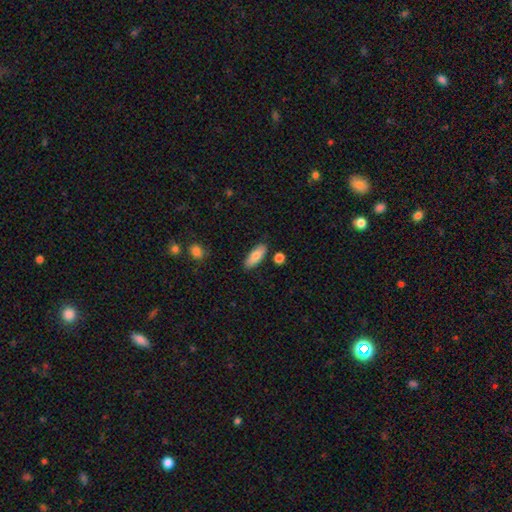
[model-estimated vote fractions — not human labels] Smooth or featured?
  - smooth: 80% *
  - featured or disk: 14%
  - star or artifact: 6%
How rounded?
  - in between: 76% *
  - cigar-shaped: 22%
  - round: 2%
Merging?
  - none: 83% *
  - minor disturbance: 11%
  - merger: 3%
  - major disturbance: 2%